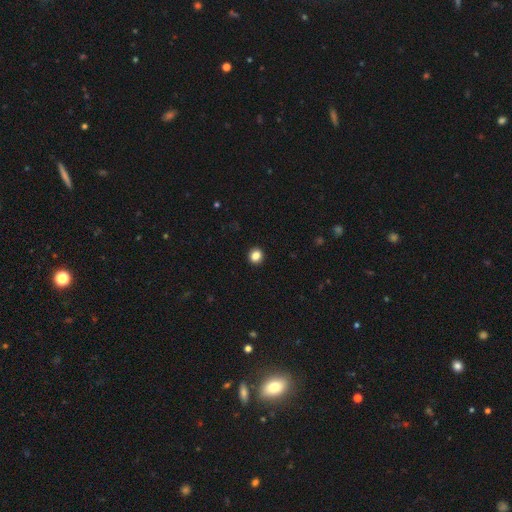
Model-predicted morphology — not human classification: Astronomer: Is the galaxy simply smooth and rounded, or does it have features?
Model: smooth — 86%.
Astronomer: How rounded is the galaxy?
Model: round — 88%.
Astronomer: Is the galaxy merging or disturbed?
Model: none — 93%.